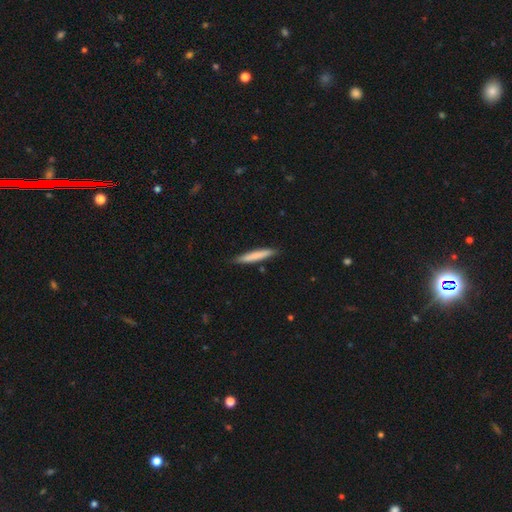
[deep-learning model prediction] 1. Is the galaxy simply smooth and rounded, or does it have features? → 77% smooth, 17% featured or disk, 5% star or artifact.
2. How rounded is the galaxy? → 94% cigar-shaped, 5% in between, 1% round.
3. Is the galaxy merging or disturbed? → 86% none, 11% minor disturbance, 2% major disturbance, 2% merger.